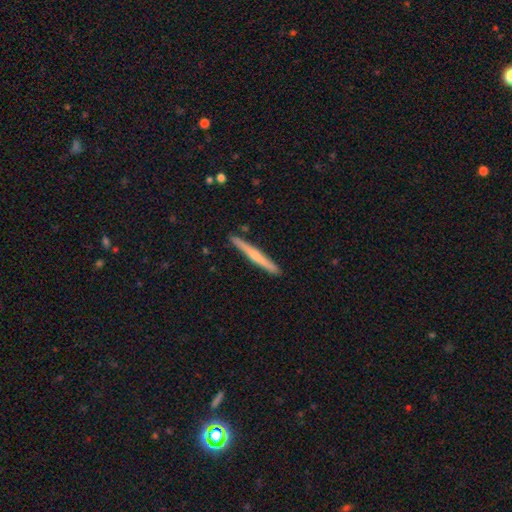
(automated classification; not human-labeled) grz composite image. It shows a featured or disk galaxy (47%, tied with smooth). Merging: none (91%).